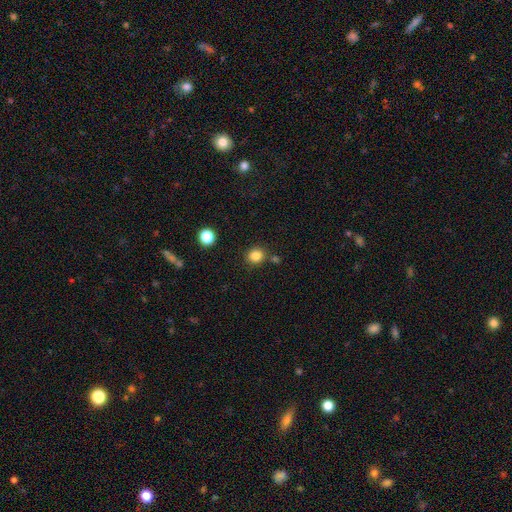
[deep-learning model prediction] smooth 83%, star or artifact 12%, featured or disk 5%. Down the decision tree: how rounded — round (84%); merging — none (82%).